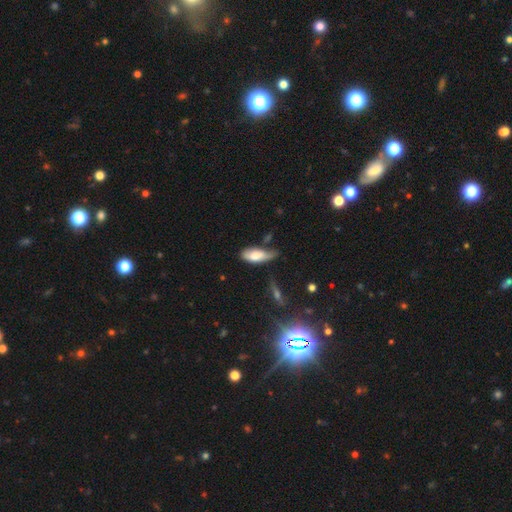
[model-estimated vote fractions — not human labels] Smooth or featured: smooth — 71% (featured or disk — 21%)
How rounded: in between — 84% (cigar-shaped — 14%)
Merging: minor disturbance — 41% (none — 32%)